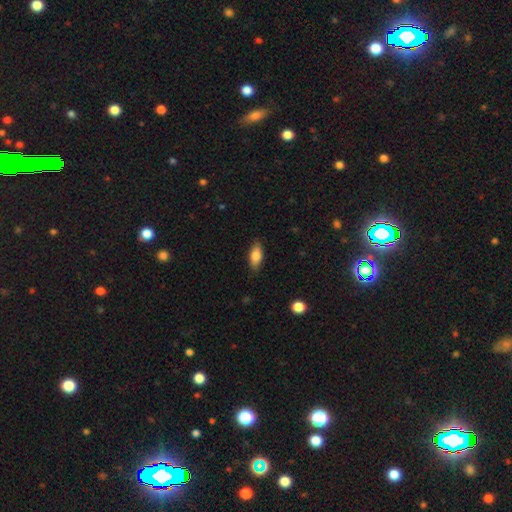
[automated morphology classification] The model was most divided on "smooth or featured": smooth: 81%, featured or disk: 12%, star or artifact: 7%. More confident: how rounded — in between (85%); merging — none (85%).